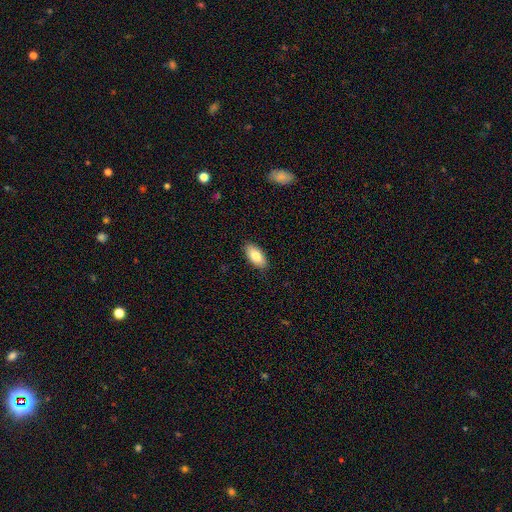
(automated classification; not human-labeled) Smooth or featured? Predicted: smooth (p=0.83). How rounded? Predicted: in between (p=0.91). Merging? Predicted: none (p=0.89).